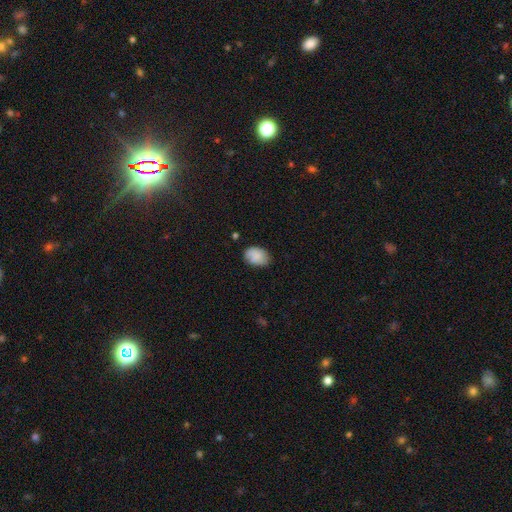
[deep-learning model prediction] Smooth or featured? smooth (83%)
How rounded? in between (81%)
Merging? none (75%)